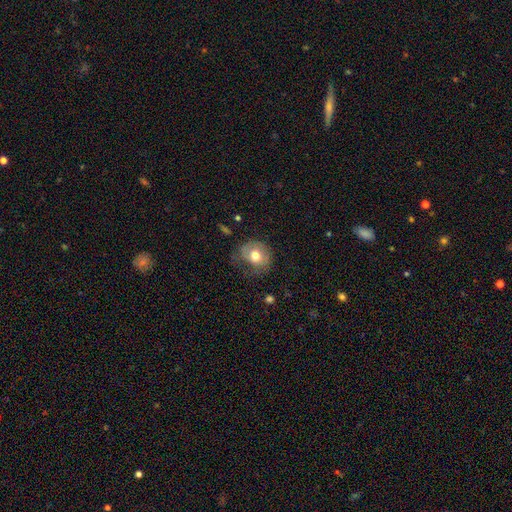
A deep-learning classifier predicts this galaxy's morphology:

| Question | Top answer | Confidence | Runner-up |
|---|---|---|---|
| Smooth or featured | smooth | 64% | featured or disk (28%) |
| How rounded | round | 69% | in between (30%) |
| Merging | none | 51% | minor disturbance (28%) |